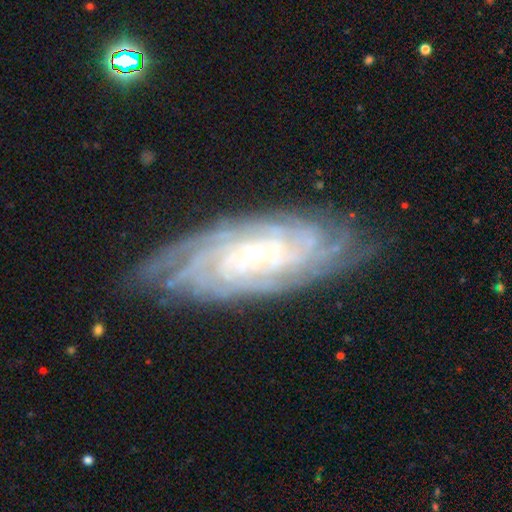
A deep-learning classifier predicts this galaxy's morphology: smooth-or-featured: featured or disk: 87% | smooth: 7% | star or artifact: 6%
  disk-edge-on: no: 92% | yes: 8%
    bar: no: 60% | weak: 30% | strong: 10%
    has-spiral-arms: yes: 98% | no: 2%
      spiral-winding: tight: 82% | medium: 16% | loose: 3%
      spiral-arm-count: can't tell: 29% | more than 4: 27% | 4: 21% | 3: 9% | 2: 7% | 1: 6%
    bulge-size: small: 74% | moderate: 22% | none: 2% | large: 2% | dominant: 1%
  merging: none: 80% | minor disturbance: 14% | major disturbance: 4% | merger: 1%